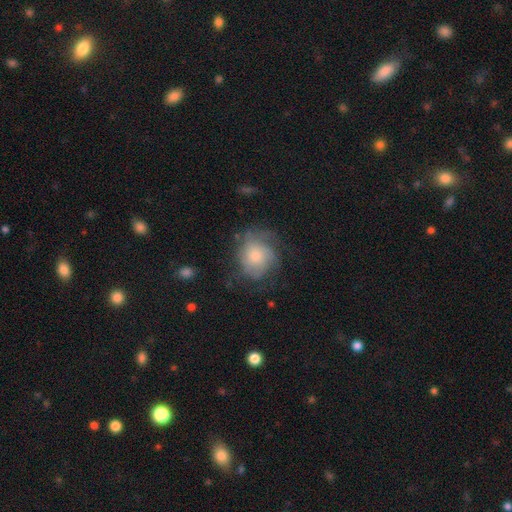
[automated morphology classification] Q: Smooth or featured?
A: featured or disk (46%); tied with: smooth (46%)
Q: Merging?
A: none (54%); runner-up: minor disturbance (25%)